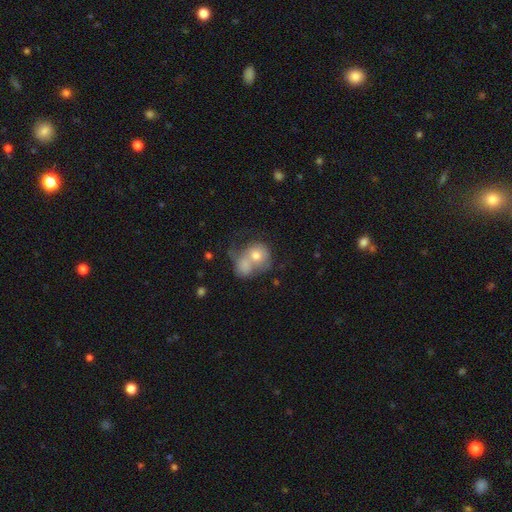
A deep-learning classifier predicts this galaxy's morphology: smooth-or-featured: smooth: 67% | featured or disk: 24% | star or artifact: 9%
  how-rounded: round: 66% | in between: 33% | cigar-shaped: 1%
  merging: merger: 63% | none: 19% | minor disturbance: 10% | major disturbance: 9%